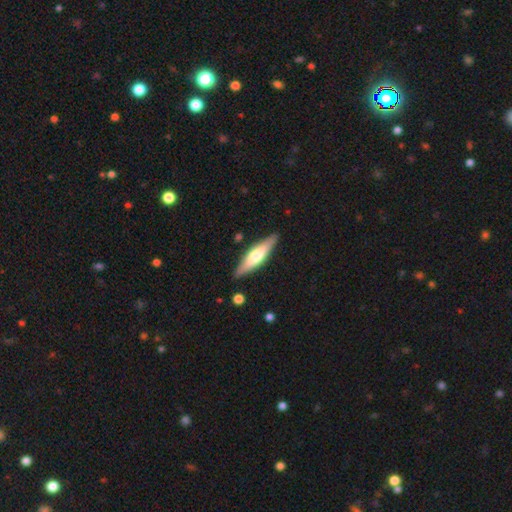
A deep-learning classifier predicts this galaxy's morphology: type=smooth (48%); merging=none (86%).